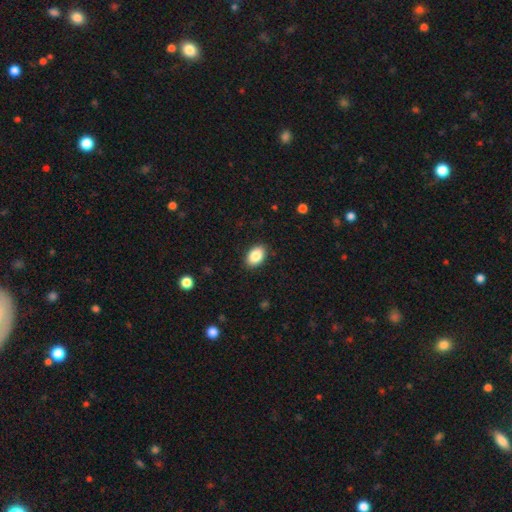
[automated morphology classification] Q: Smooth or featured?
A: smooth (87%); runner-up: star or artifact (7%)
Q: How rounded?
A: in between (88%); runner-up: round (11%)
Q: Merging?
A: none (89%); runner-up: minor disturbance (8%)